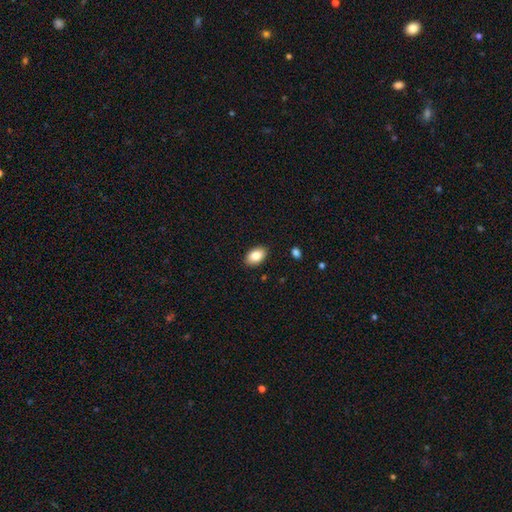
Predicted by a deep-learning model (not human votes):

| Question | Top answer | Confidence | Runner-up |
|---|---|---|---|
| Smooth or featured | smooth | 84% | featured or disk (9%) |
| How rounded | in between | 90% | round (9%) |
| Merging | none | 89% | minor disturbance (8%) |